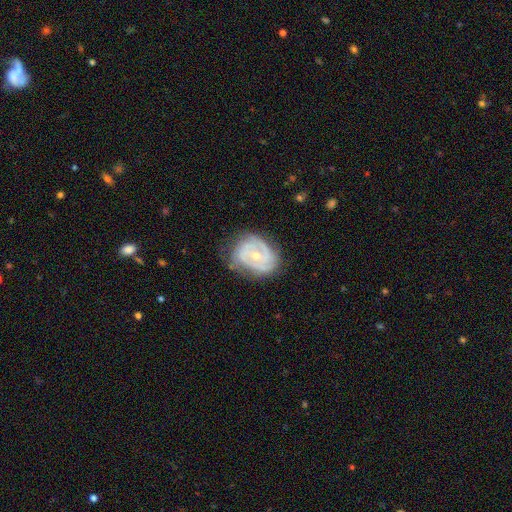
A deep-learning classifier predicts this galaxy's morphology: Q: Smooth or featured?
A: featured or disk (82%); runner-up: smooth (12%)
Q: Edge-on disk?
A: no (97%); runner-up: yes (3%)
Q: Bar?
A: no (62%); runner-up: weak (29%)
Q: Spiral arms?
A: yes (90%); runner-up: no (10%)
Q: Spiral winding?
A: tight (61%); runner-up: medium (30%)
Q: Spiral arm count?
A: 2 (43%); runner-up: can't tell (25%)
Q: Bulge size?
A: small (50%); runner-up: moderate (47%)
Q: Merging?
A: none (64%); runner-up: minor disturbance (25%)